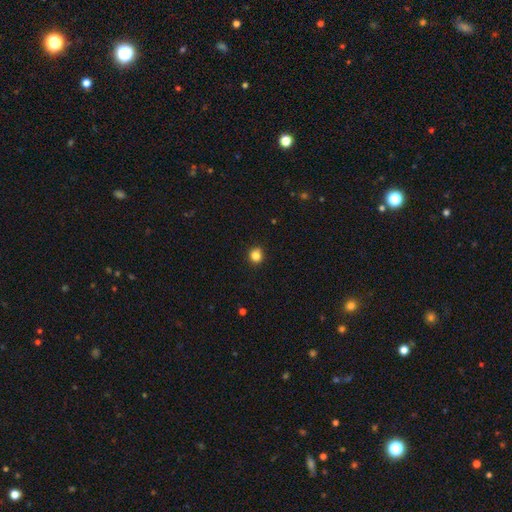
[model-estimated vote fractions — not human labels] Smooth or featured? smooth (84%)
How rounded? round (86%)
Merging? none (89%)